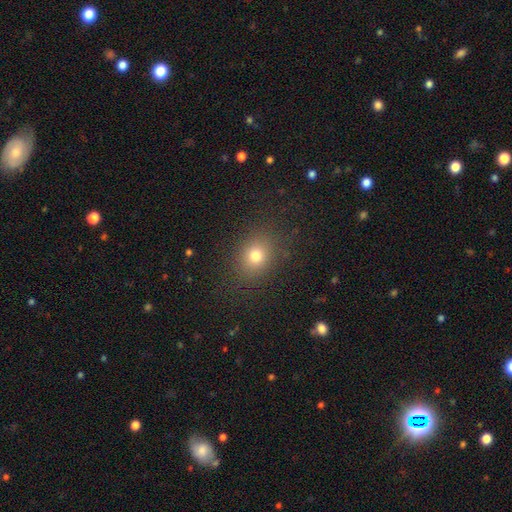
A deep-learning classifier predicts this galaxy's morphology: A smooth galaxy with no disk features (76%) that is round (61%). Merging: none (84%).